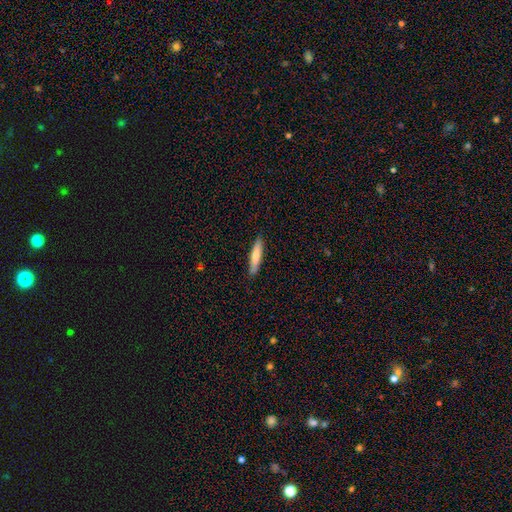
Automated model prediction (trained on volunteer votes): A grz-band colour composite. It shows a smooth galaxy with no disk features (71%) that is cigar-shaped (88%). Merging: none (89%).